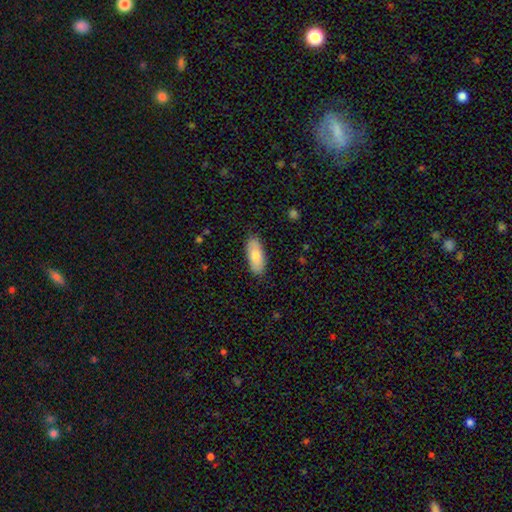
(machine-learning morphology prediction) This appears to be a smooth galaxy with no disk features (77%) that is in between round and cigar-shaped (84%). Merging: none (86%).